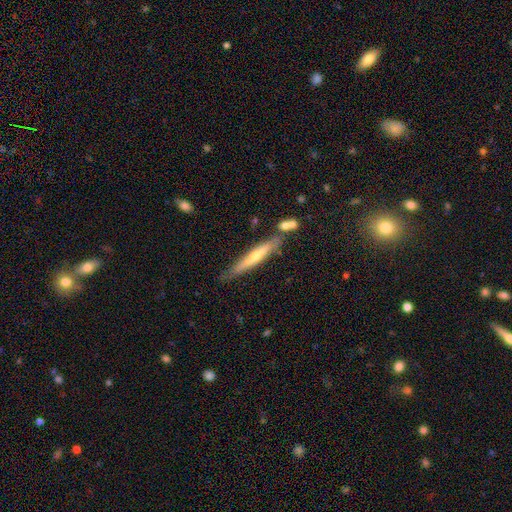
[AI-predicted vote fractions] featured or disk 55%, smooth 39%, star or artifact 6%. Down the decision tree: edge-on disk — yes (91%); merging — none (73%).